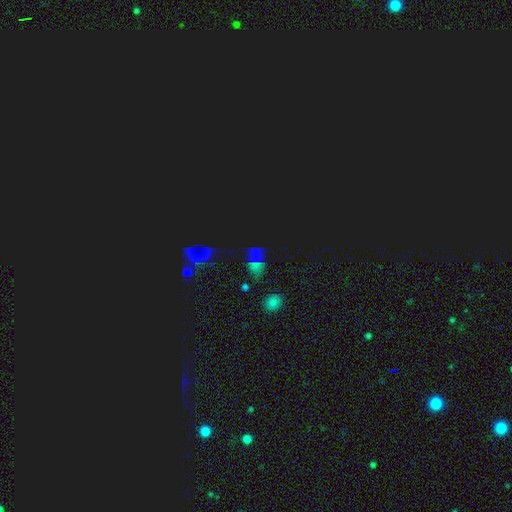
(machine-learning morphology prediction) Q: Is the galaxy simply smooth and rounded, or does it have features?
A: star or artifact — 65%.